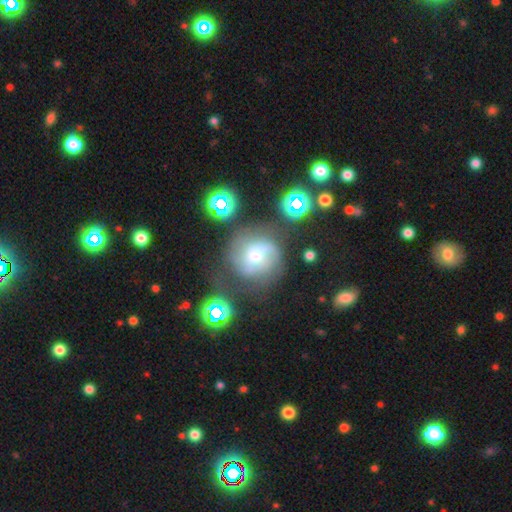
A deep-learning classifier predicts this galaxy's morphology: Smooth or featured? featured or disk (51%)
Edge-on disk? no (96%)
Merging? none (54%)